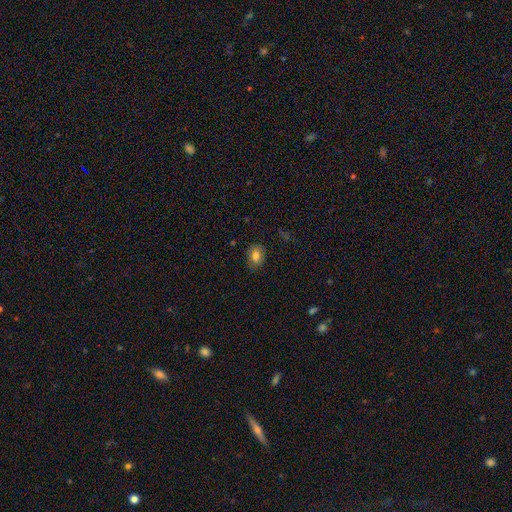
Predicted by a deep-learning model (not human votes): Morphology: type=smooth (79%); roundness=in between (75%); merging=none (82%).